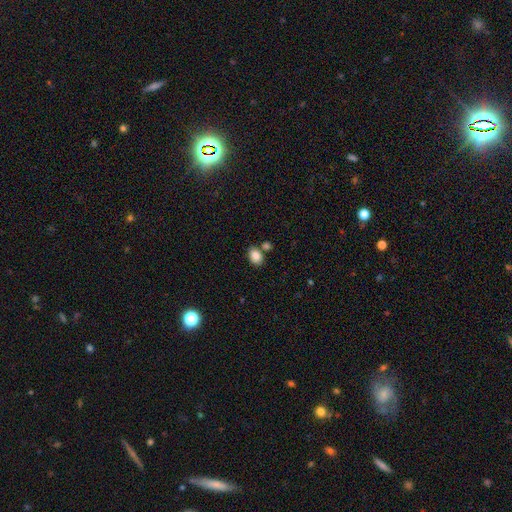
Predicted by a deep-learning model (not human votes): Smooth or featured? Predicted: smooth (p=0.86). How rounded? Predicted: in between (p=0.74). Merging? Predicted: none (p=0.67).